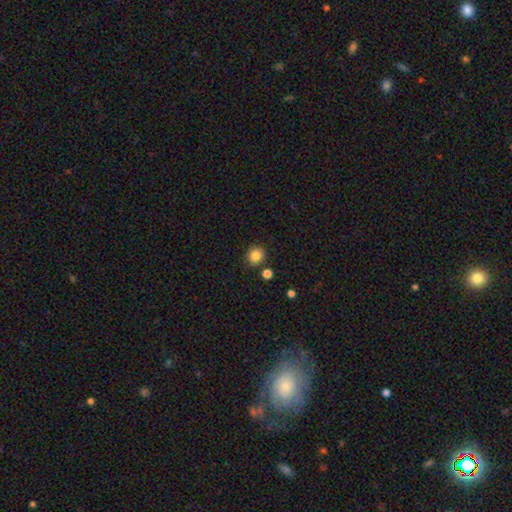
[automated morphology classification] smooth 84%, star or artifact 10%, featured or disk 5%. Down the decision tree: how rounded — round (78%); merging — none (82%).